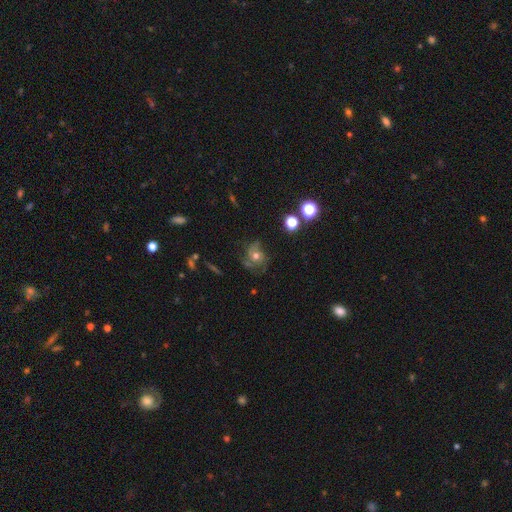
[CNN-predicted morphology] This appears to be a featured or disk galaxy (61%) with no bar (82%), spiral arms (84%) and a moderate central bulge (69%). Merging: none (59%).